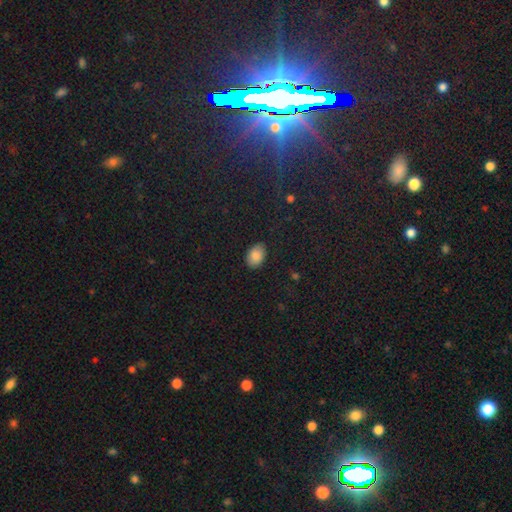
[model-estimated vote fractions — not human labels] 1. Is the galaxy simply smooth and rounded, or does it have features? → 87% smooth, 8% star or artifact, 5% featured or disk.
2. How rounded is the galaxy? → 89% in between, 10% round, 1% cigar-shaped.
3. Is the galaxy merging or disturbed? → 84% none, 13% minor disturbance, 3% major disturbance, 1% merger.